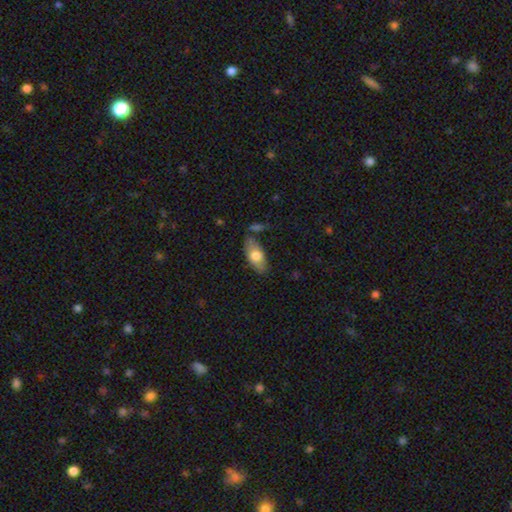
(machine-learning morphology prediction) smooth_or_featured: smooth (p=0.71) [alt: featured or disk p=0.23]
how_rounded: in between (p=0.89) [alt: cigar-shaped p=0.08]
merging: none (p=0.74) [alt: minor disturbance p=0.16]